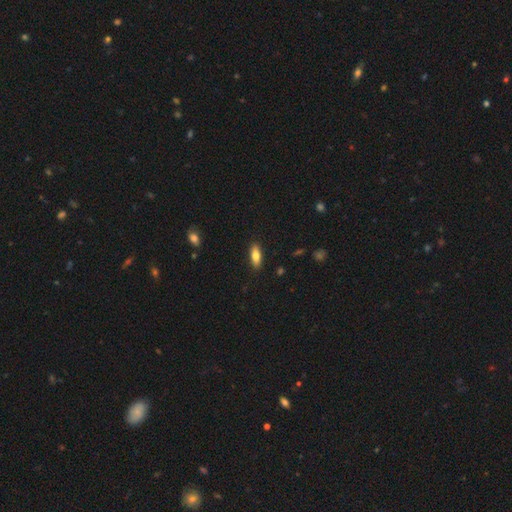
A smooth galaxy with no disk features (80%) that is cigar-shaped (52%). Merging: none (95%).